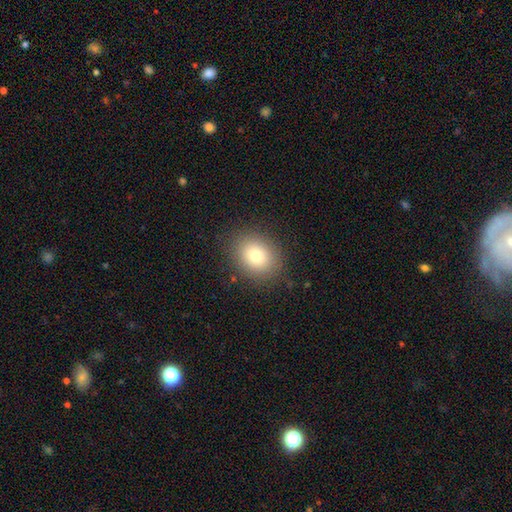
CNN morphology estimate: Smooth or featured? Predicted: smooth (p=0.77). How rounded? Predicted: round (p=0.58). Merging? Predicted: none (p=0.87).